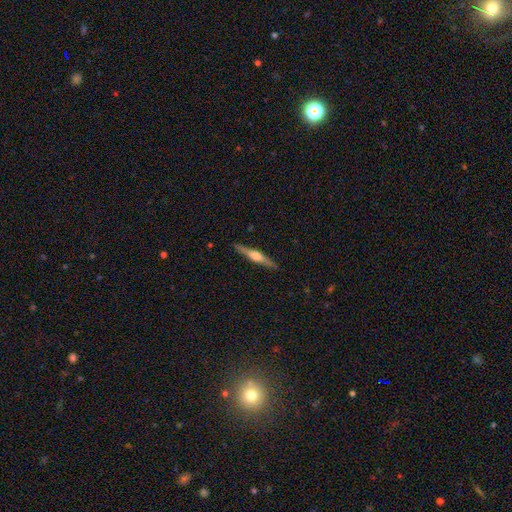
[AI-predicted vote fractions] Morphology: type=featured or disk (70%); edge-on=yes (97%); edge-on bulge=rounded (79%); merging=none (89%).